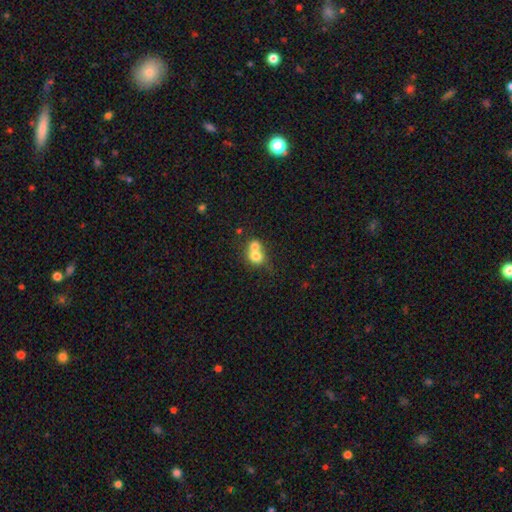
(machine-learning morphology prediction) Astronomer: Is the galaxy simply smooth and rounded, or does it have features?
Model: smooth — 72%.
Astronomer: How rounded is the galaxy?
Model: round — 73%.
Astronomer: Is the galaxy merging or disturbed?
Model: merger — 70%.